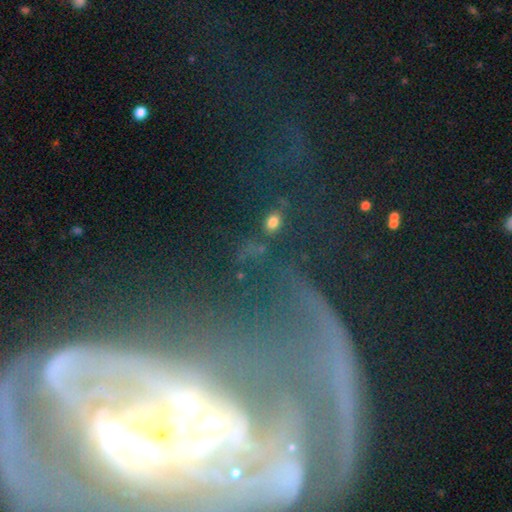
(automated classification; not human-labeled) Smooth or featured? featured or disk (50%)
Merging? none (60%)